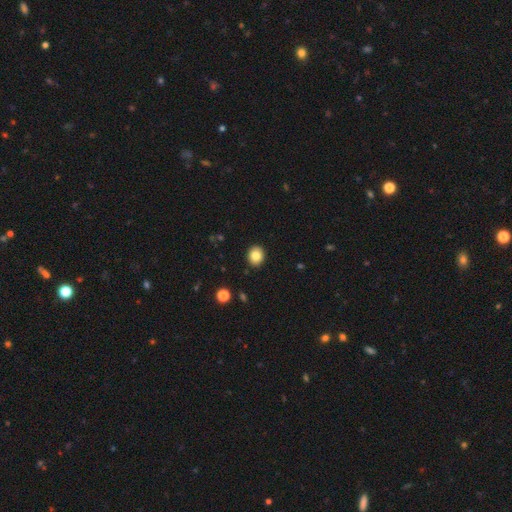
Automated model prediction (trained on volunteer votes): Smooth or featured: smooth — 84% (star or artifact — 9%)
How rounded: round — 64% (in between — 35%)
Merging: none — 91% (minor disturbance — 6%)